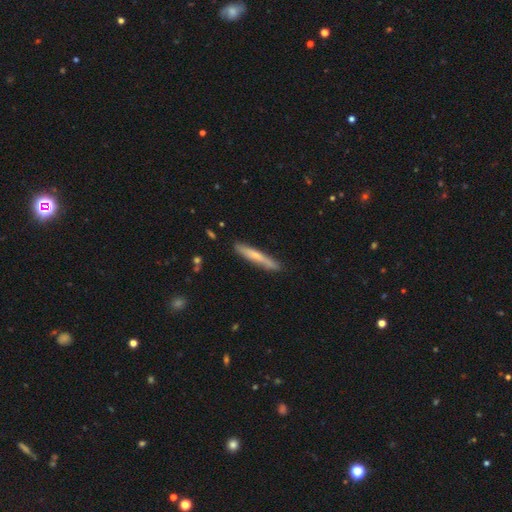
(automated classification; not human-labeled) smooth 53%, featured or disk 41%, star or artifact 6%. Down the decision tree: how rounded — cigar-shaped (94%); merging — none (87%).